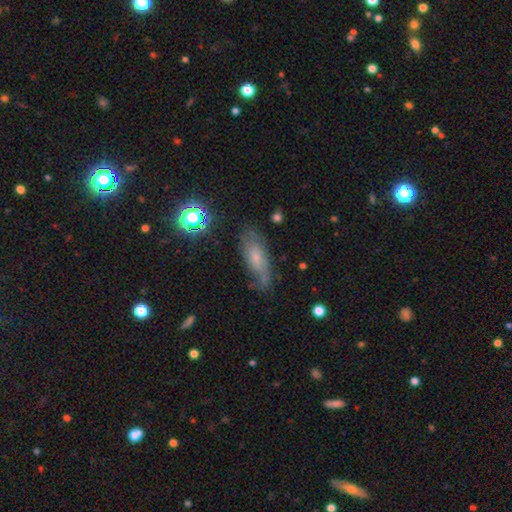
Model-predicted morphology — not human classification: This appears to be a featured or disk galaxy (44%, tied with smooth). Merging: none (56%).